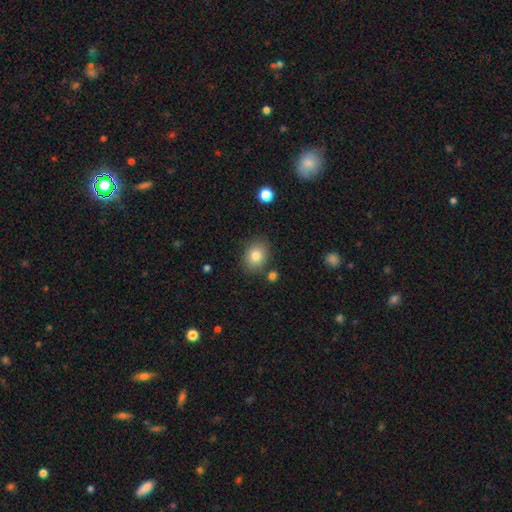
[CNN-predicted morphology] smooth-or-featured: smooth: 83% | star or artifact: 9% | featured or disk: 8%
  how-rounded: in between: 52% | round: 47% | cigar-shaped: 1%
  merging: none: 81% | minor disturbance: 12% | merger: 4% | major disturbance: 3%